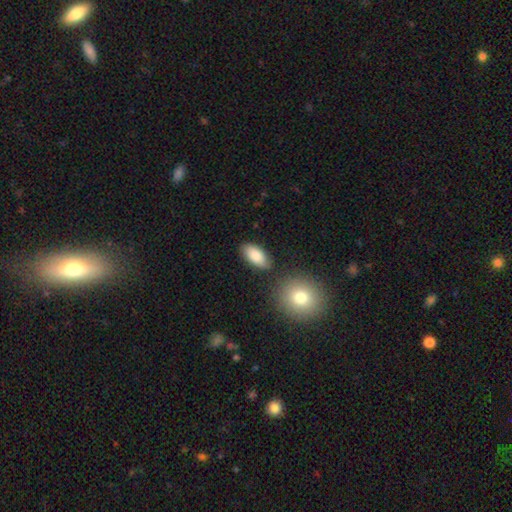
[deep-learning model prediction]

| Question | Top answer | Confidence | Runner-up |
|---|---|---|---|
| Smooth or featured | smooth | 85% | featured or disk (9%) |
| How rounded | in between | 92% | cigar-shaped (5%) |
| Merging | none | 81% | minor disturbance (11%) |